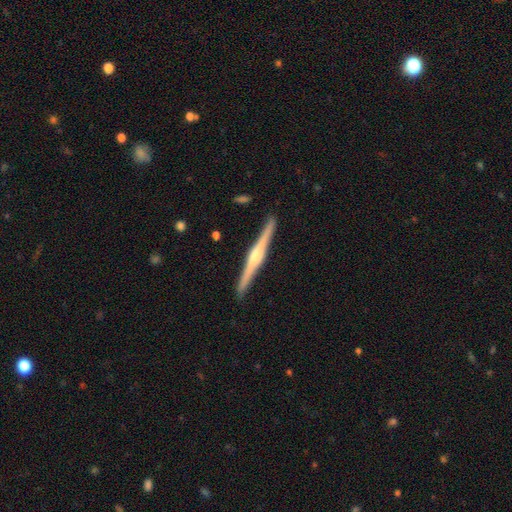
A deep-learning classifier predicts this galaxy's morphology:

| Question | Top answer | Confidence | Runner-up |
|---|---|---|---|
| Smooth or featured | featured or disk | 78% | smooth (17%) |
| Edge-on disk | yes | 98% | no (2%) |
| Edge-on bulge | rounded | 74% | boxy (17%) |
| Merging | none | 90% | minor disturbance (7%) |